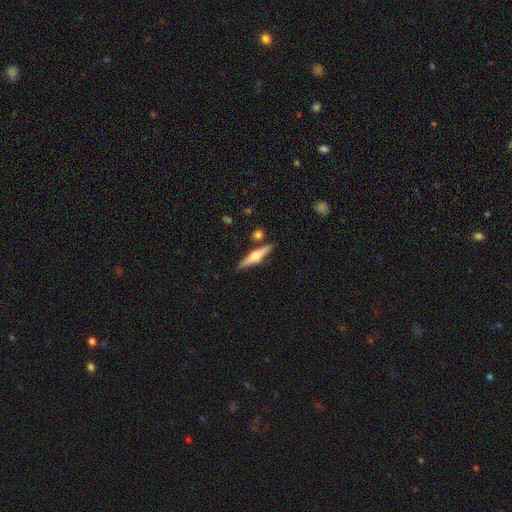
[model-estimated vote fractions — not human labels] featured or disk 62%, smooth 32%, star or artifact 6%. Down the decision tree: edge-on disk — yes (97%); edge-on bulge — rounded (88%); merging — none (85%).